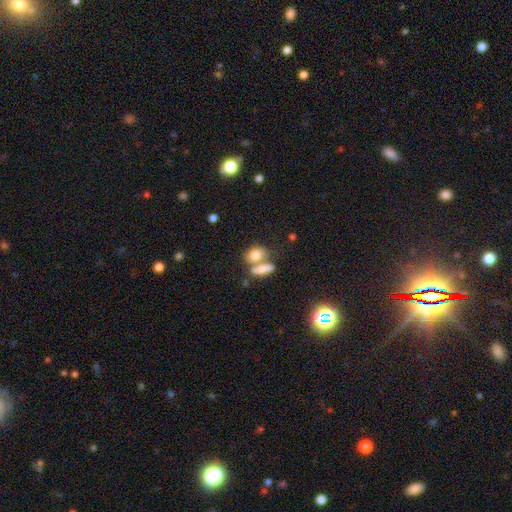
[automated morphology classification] Smooth or featured? Predicted: smooth (p=0.76). How rounded? Predicted: in between (p=0.69). Merging? Predicted: merger (p=0.53).